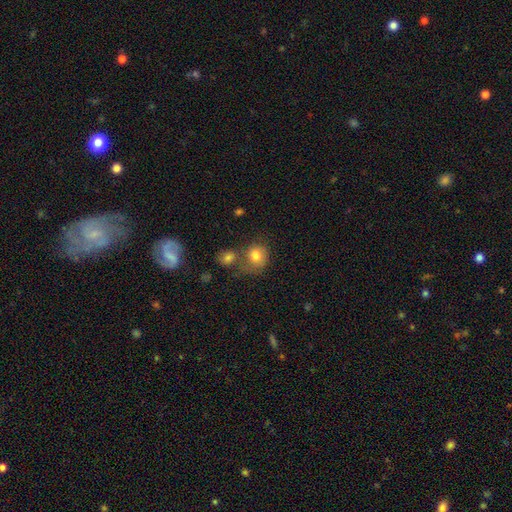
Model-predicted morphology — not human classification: Q: Smooth or featured?
A: smooth (80%); runner-up: star or artifact (10%)
Q: How rounded?
A: round (74%); runner-up: in between (25%)
Q: Merging?
A: none (46%); runner-up: merger (33%)